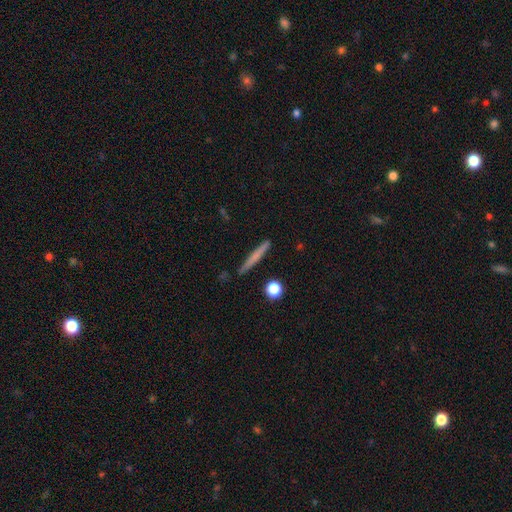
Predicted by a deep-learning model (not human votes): This appears to be a smooth galaxy with no disk features (60%) that is cigar-shaped (94%). Merging: none (87%).